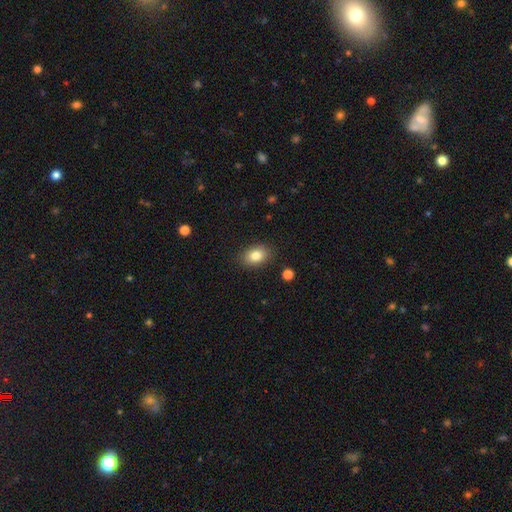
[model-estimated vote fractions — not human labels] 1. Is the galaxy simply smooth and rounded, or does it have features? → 84% smooth, 9% star or artifact, 7% featured or disk.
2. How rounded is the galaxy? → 79% in between, 19% round, 1% cigar-shaped.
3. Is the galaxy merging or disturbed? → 86% none, 10% minor disturbance, 3% major disturbance, 1% merger.